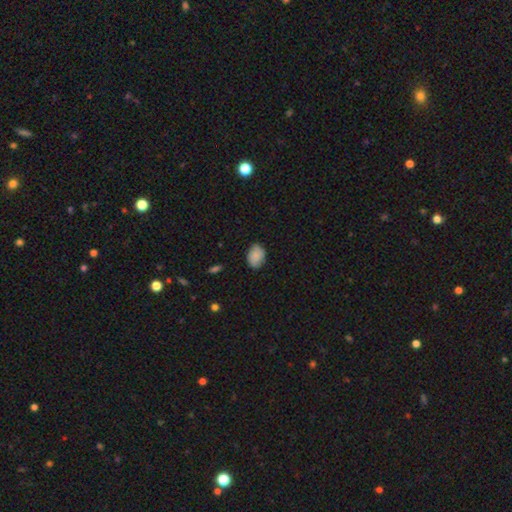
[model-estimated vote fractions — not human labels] This appears to be a smooth galaxy with no disk features (83%) that is in between round and cigar-shaped (74%). Merging: none (79%).